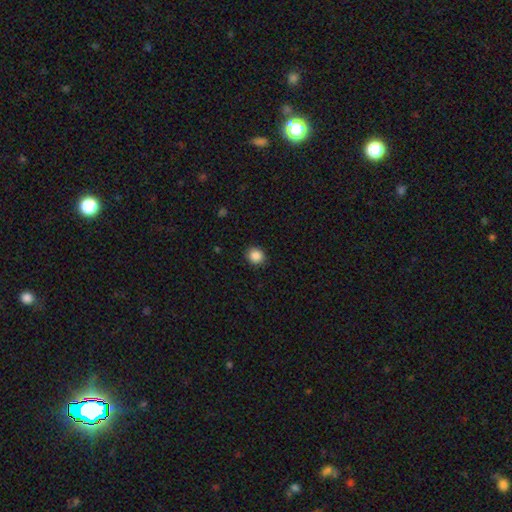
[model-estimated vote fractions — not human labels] This appears to be a smooth galaxy with no disk features (87%) that is round (82%). Merging: none (91%).